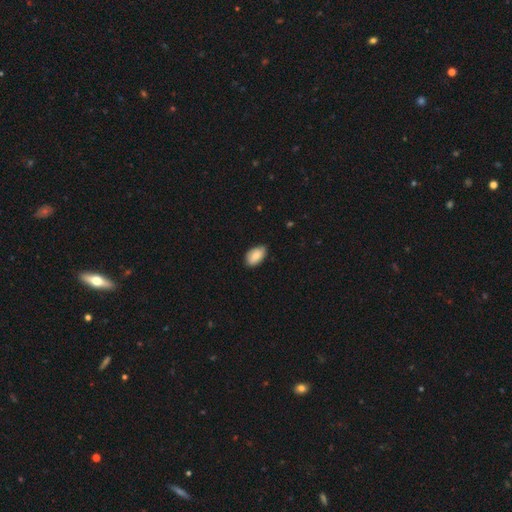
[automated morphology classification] Smooth or featured?
  - smooth: 81% *
  - featured or disk: 12%
  - star or artifact: 7%
How rounded?
  - in between: 93% *
  - round: 5%
  - cigar-shaped: 2%
Merging?
  - none: 77% *
  - minor disturbance: 20%
  - major disturbance: 2%
  - merger: 1%